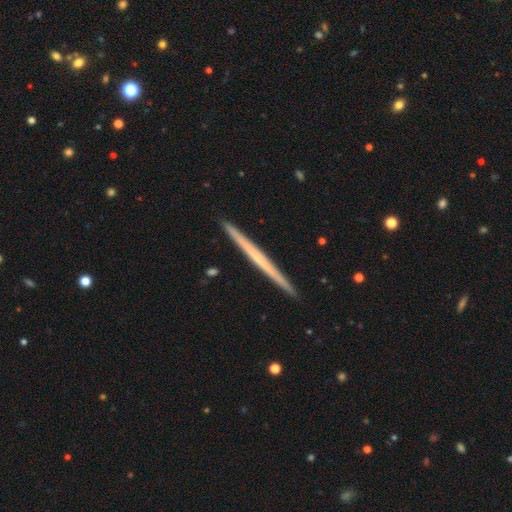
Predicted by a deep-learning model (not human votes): A featured or disk galaxy (60%) viewed edge-on (98%) with no central bulge (85%). Merging: none (93%).